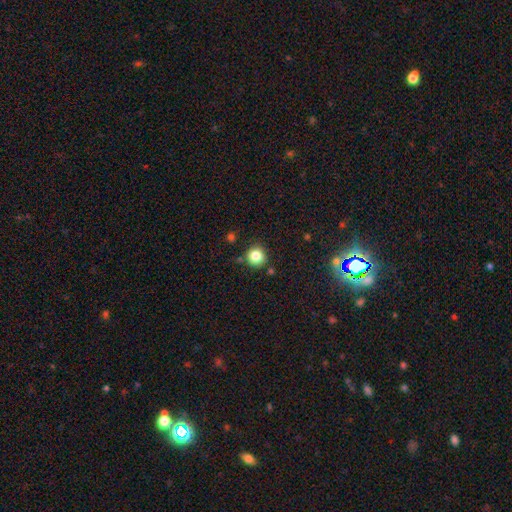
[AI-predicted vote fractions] Smooth or featured?
  - smooth: 84% *
  - star or artifact: 11%
  - featured or disk: 5%
How rounded?
  - round: 93% *
  - in between: 7%
  - cigar-shaped: 1%
Merging?
  - none: 83% *
  - minor disturbance: 10%
  - merger: 4%
  - major disturbance: 3%